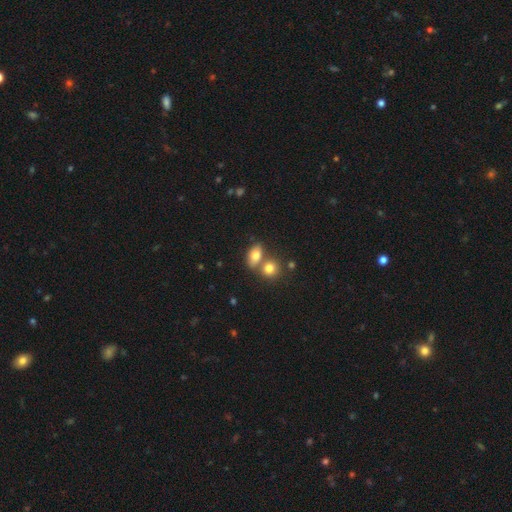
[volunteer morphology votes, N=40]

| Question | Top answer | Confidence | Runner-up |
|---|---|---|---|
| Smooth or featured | smooth | 82% | featured or disk (10%) |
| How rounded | in between | 82% | round (12%) |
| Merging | merger | 43% | none (27%) |